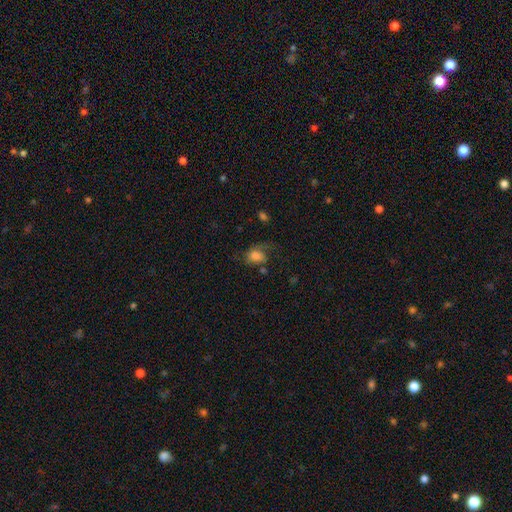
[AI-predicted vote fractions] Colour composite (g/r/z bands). It shows a smooth galaxy with no disk features (70%) that is in between round and cigar-shaped (67%). Merging: none (35%).